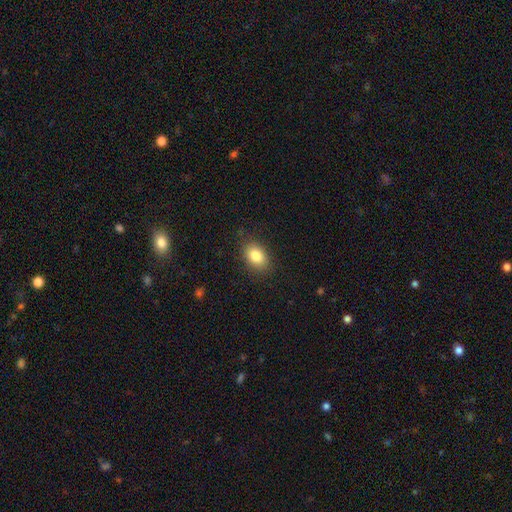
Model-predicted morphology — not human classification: smooth 83%, star or artifact 9%, featured or disk 8%. Down the decision tree: how rounded — in between (79%); merging — none (85%).